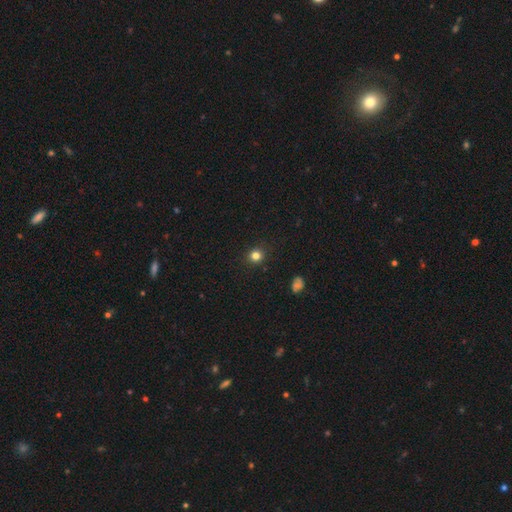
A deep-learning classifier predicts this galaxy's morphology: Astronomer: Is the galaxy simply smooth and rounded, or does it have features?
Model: smooth — 81%.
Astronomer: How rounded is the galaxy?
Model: round — 87%.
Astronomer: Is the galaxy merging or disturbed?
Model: none — 90%.